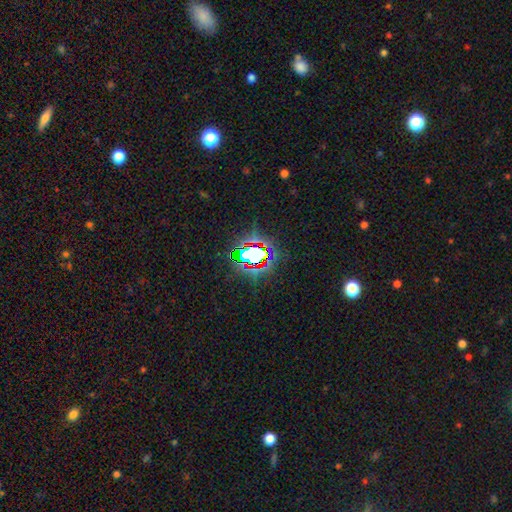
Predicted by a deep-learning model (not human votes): A star or artifact, not a galaxy (68%).